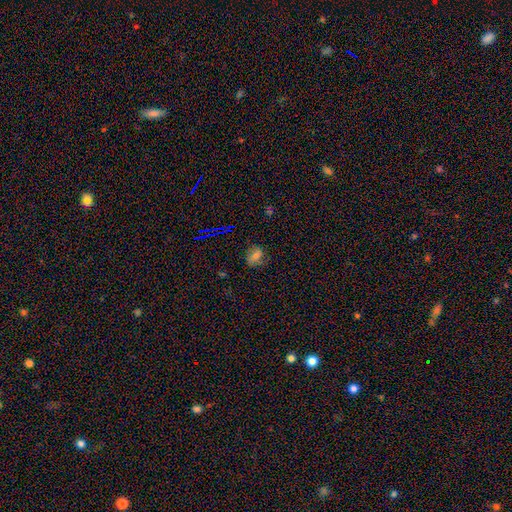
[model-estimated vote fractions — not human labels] The model was most divided on "how rounded": in between: 55%, round: 43%, cigar-shaped: 2%. More confident: merging — none (71%); smooth or featured — smooth (62%).